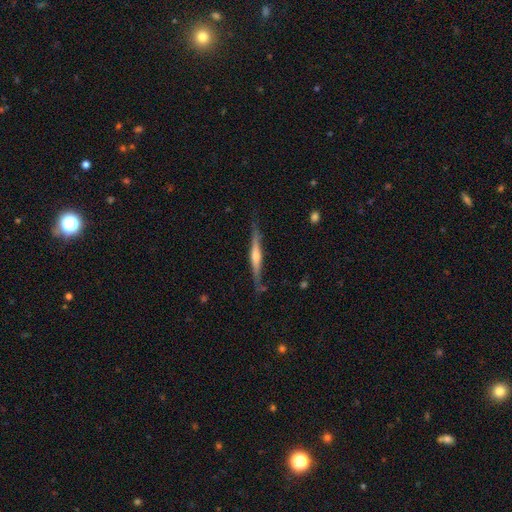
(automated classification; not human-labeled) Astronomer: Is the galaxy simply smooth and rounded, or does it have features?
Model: featured or disk — 71%.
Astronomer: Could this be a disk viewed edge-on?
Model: yes — 97%.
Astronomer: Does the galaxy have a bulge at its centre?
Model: rounded — 77%.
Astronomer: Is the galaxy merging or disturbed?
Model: none — 81%.